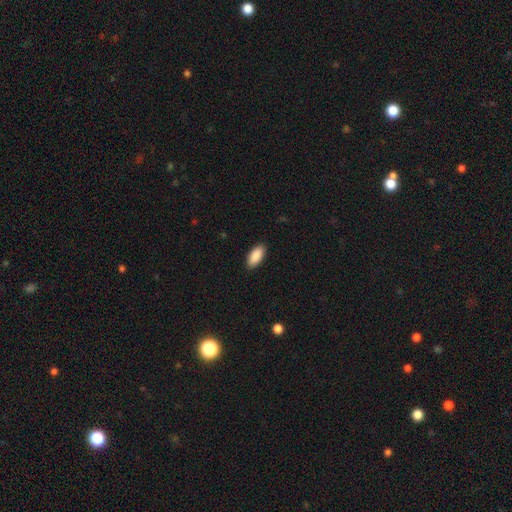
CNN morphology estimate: Overall: smooth (90%). How rounded: in between (90%). Merging: none (90%).